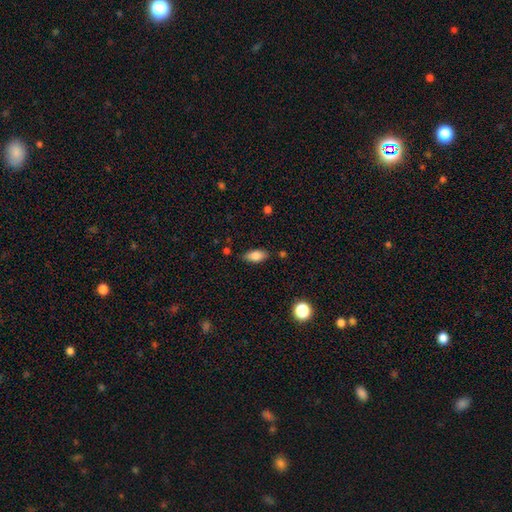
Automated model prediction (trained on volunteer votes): smooth_or_featured: smooth (p=0.82) [alt: featured or disk p=0.10]
how_rounded: in between (p=0.89) [alt: cigar-shaped p=0.08]
merging: none (p=0.81) [alt: minor disturbance p=0.13]